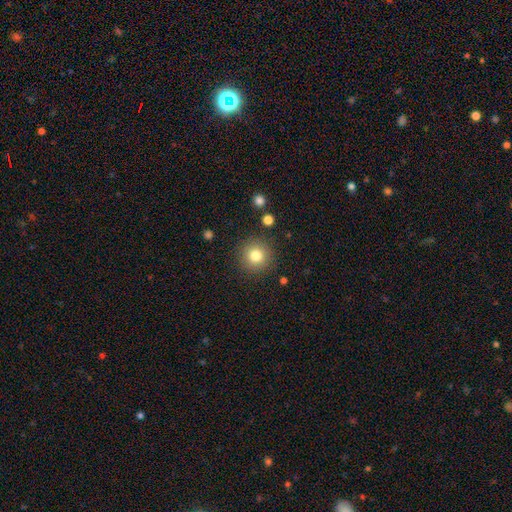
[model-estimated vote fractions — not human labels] The model was most divided on "smooth or featured": smooth: 80%, star or artifact: 11%, featured or disk: 9%. More confident: how rounded — round (95%); merging — none (89%).